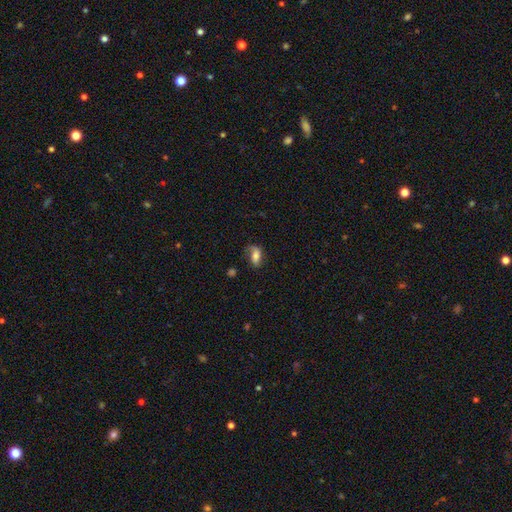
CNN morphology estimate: This appears to be a smooth galaxy with no disk features (54%) that is in between round and cigar-shaped (85%). Merging: none (53%).